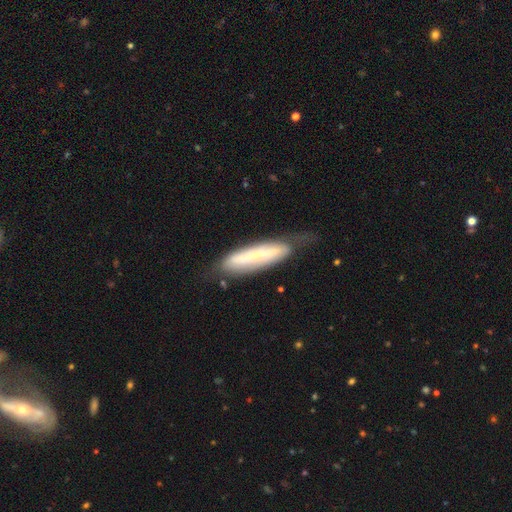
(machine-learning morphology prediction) A smooth galaxy with no disk features (47%). Merging: none (56%).